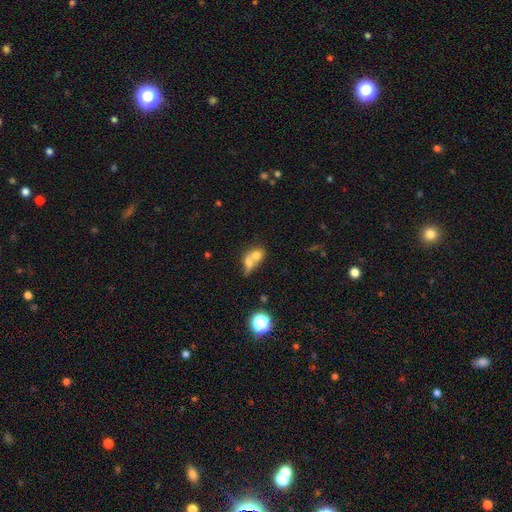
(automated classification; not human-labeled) This is likely a smooth galaxy (66%). How rounded: possibly round (55%). Merging: likely merger (72%).